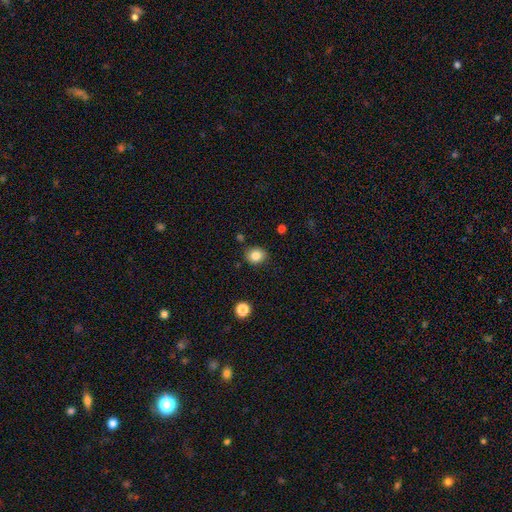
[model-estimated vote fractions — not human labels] This appears to be a smooth galaxy with no disk features (84%) that is round (69%). Merging: none (86%).